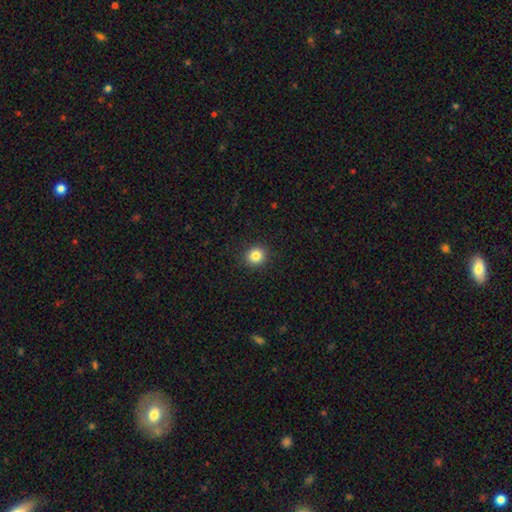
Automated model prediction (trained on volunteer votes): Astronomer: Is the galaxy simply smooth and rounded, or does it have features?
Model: smooth — 84%.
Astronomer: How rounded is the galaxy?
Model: round — 87%.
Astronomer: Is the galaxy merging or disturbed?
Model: none — 91%.